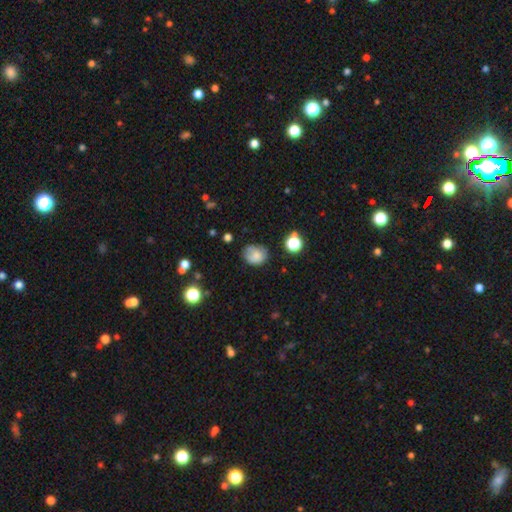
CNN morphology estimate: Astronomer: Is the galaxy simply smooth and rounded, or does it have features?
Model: smooth — 76%.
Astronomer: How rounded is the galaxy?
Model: round — 64%.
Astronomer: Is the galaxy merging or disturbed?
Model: none — 60%.